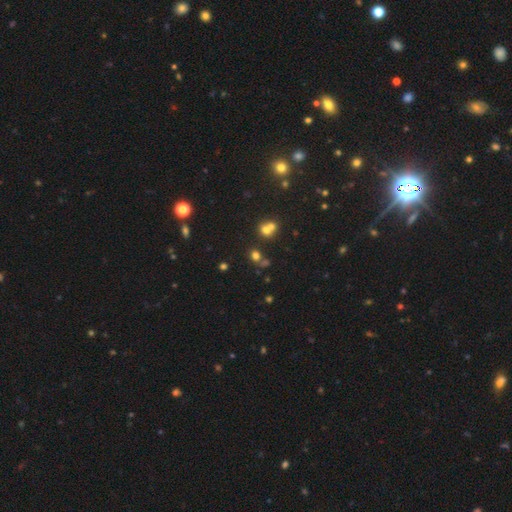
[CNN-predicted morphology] A smooth galaxy with no disk features (67%) that is round (79%). Merging: none (56%).